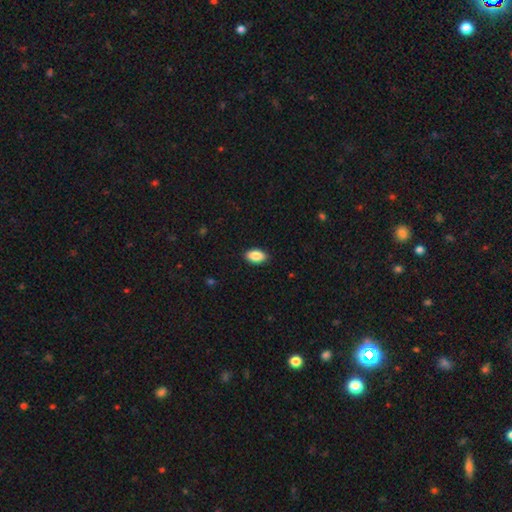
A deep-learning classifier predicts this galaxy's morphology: smooth-or-featured: smooth: 88% | star or artifact: 7% | featured or disk: 5%
  how-rounded: in between: 93% | round: 5% | cigar-shaped: 2%
  merging: none: 89% | minor disturbance: 8% | major disturbance: 2% | merger: 1%